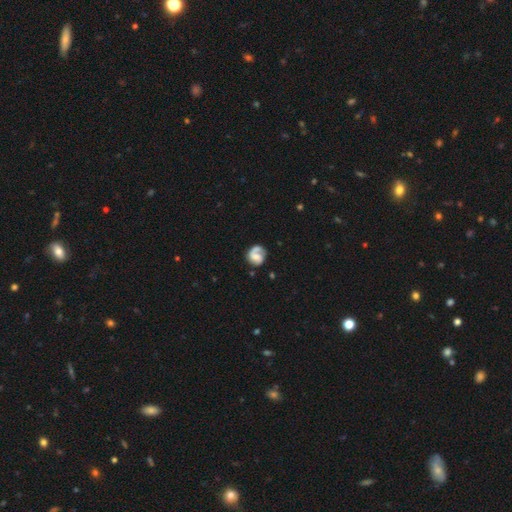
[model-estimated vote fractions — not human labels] Smooth or featured: featured or disk — 64% (smooth — 29%)
Edge-on disk: no — 98% (yes — 2%)
Bar: no — 61% (weak — 32%)
Spiral arms: yes — 88% (no — 12%)
Spiral winding: medium — 38% (tight — 35%)
Spiral arm count: 1 — 57% (2 — 35%)
Bulge size: small — 35% (moderate — 30%)
Merging: none — 59% (minor disturbance — 20%)